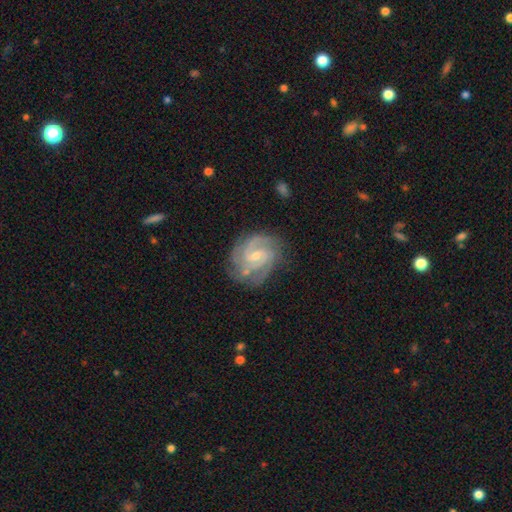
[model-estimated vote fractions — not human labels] Smooth or featured: featured or disk — 89% (smooth — 6%)
Edge-on disk: no — 98% (yes — 2%)
Bar: weak — 54% (no — 34%)
Spiral arms: yes — 98% (no — 2%)
Spiral winding: tight — 54% (medium — 40%)
Spiral arm count: 2 — 40% (3 — 33%)
Bulge size: small — 64% (moderate — 32%)
Merging: none — 72% (minor disturbance — 19%)